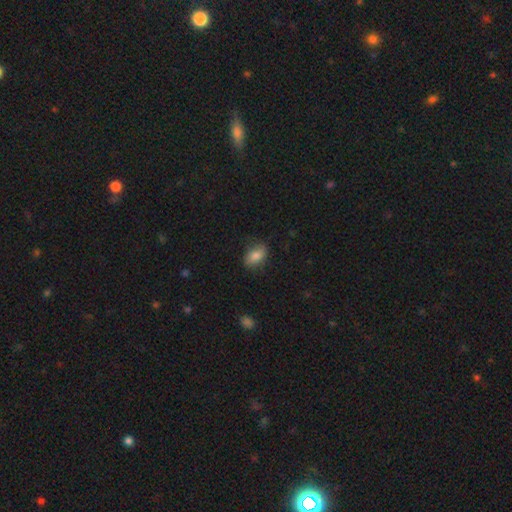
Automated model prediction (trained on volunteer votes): Smooth or featured? Predicted: smooth (p=0.81). How rounded? Predicted: in between (p=0.87). Merging? Predicted: none (p=0.78).